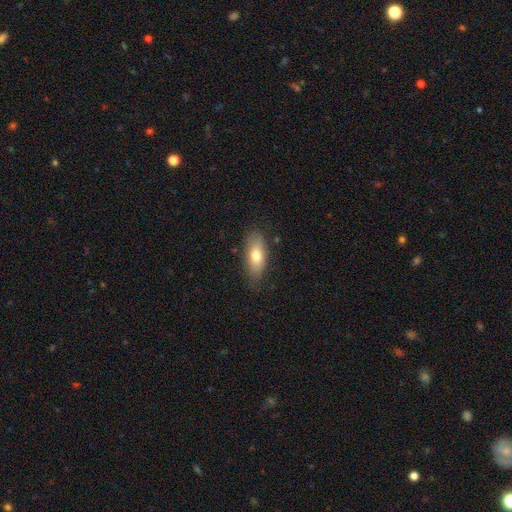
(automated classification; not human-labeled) Q: Smooth or featured?
A: smooth (72%); runner-up: featured or disk (20%)
Q: How rounded?
A: in between (79%); runner-up: cigar-shaped (17%)
Q: Merging?
A: none (79%); runner-up: minor disturbance (16%)